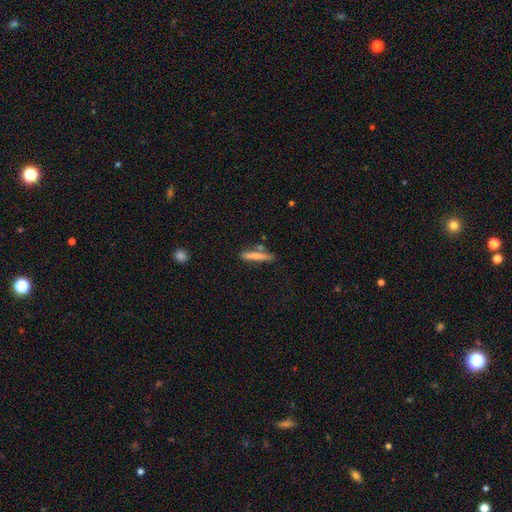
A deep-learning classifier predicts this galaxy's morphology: This is likely a smooth galaxy (73%). How rounded: clearly cigar-shaped (91%). Merging: likely none (74%).